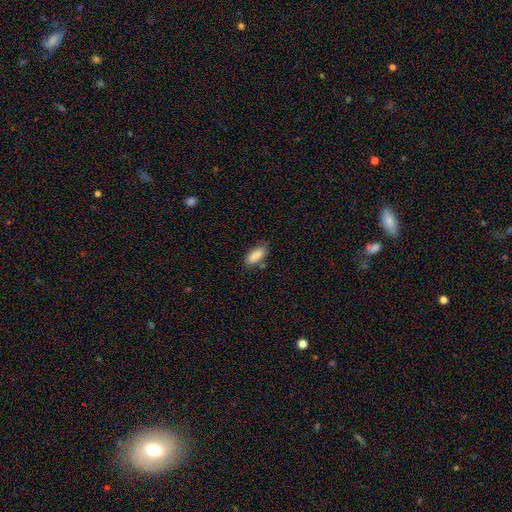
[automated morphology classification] Smooth or featured?
  - smooth: 86% *
  - featured or disk: 7%
  - star or artifact: 7%
How rounded?
  - in between: 82% *
  - cigar-shaped: 16%
  - round: 2%
Merging?
  - none: 71% *
  - minor disturbance: 18%
  - merger: 7%
  - major disturbance: 4%